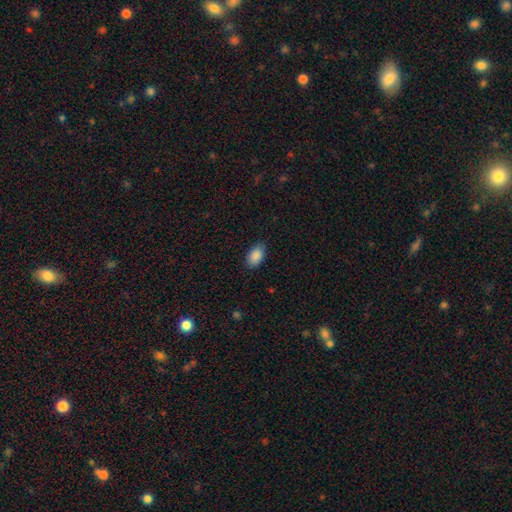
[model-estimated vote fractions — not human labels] Overall: smooth (89%). How rounded: in between (91%). Merging: none (80%).